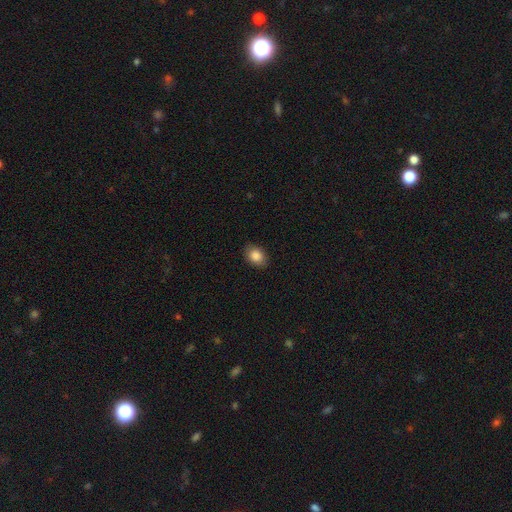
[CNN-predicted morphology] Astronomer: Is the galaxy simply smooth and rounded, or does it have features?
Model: smooth — 86%.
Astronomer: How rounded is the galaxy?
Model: in between — 72%.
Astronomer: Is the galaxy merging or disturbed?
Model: none — 85%.